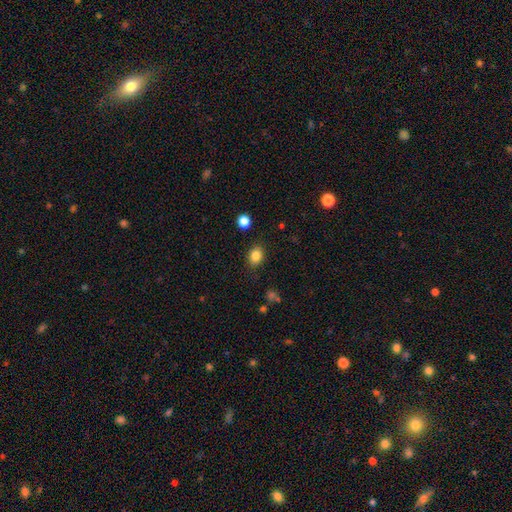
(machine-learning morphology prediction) The model was most divided on "how rounded": in between: 57%, round: 42%, cigar-shaped: 1%. More confident: merging — none (85%); smooth or featured — smooth (84%).